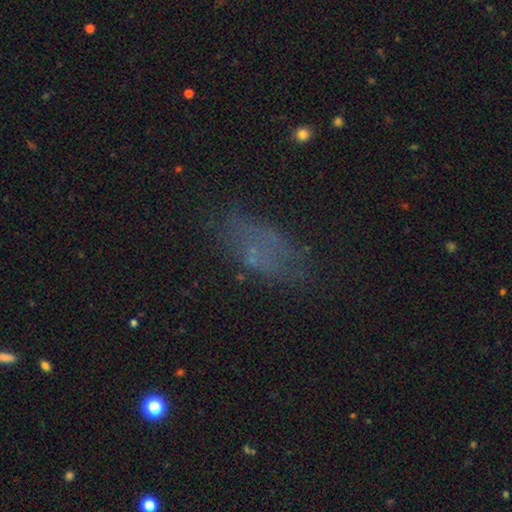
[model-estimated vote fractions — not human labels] Smooth or featured? Predicted: smooth (p=0.49). Merging? Predicted: none (p=0.60).